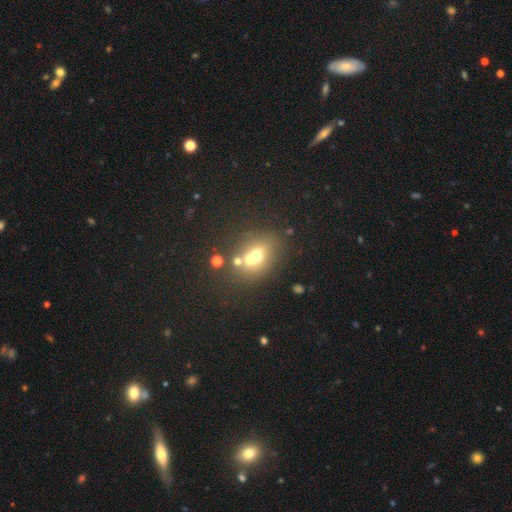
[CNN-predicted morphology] The model was most divided on "merging": none: 43%, merger: 41%, minor disturbance: 11%, major disturbance: 6%. More confident: smooth or featured — smooth (59%); how rounded — round (52%).